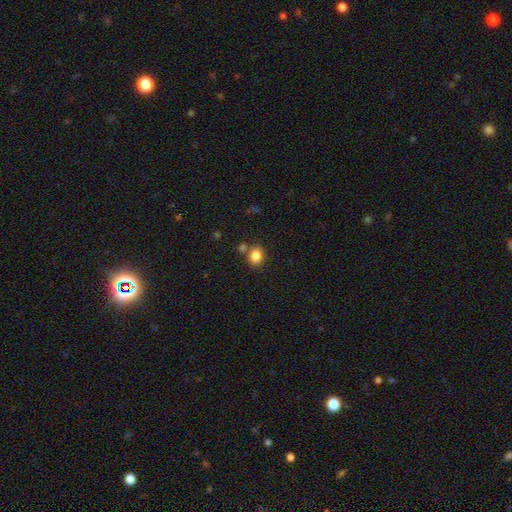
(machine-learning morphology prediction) type=smooth (85%); roundness=round (56%); merging=none (71%).